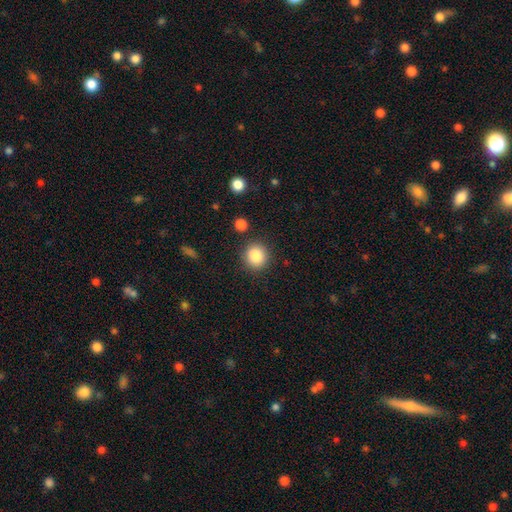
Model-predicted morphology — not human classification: Smooth or featured?
  - smooth: 86% *
  - star or artifact: 9%
  - featured or disk: 5%
How rounded?
  - round: 85% *
  - in between: 14%
  - cigar-shaped: 1%
Merging?
  - none: 86% *
  - minor disturbance: 8%
  - merger: 3%
  - major disturbance: 3%